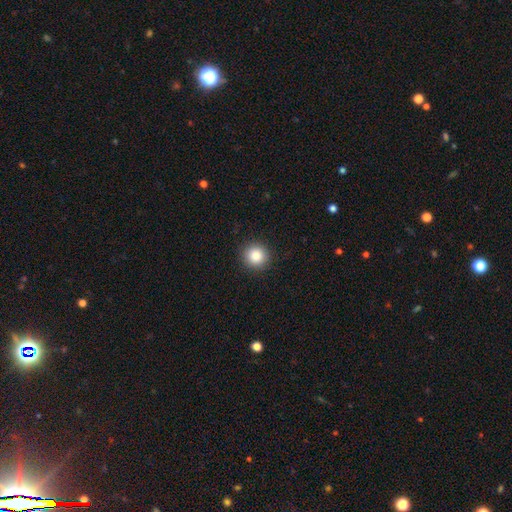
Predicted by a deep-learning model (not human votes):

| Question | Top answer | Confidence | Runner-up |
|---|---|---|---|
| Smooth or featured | smooth | 86% | star or artifact (9%) |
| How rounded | round | 94% | in between (5%) |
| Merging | none | 92% | minor disturbance (6%) |